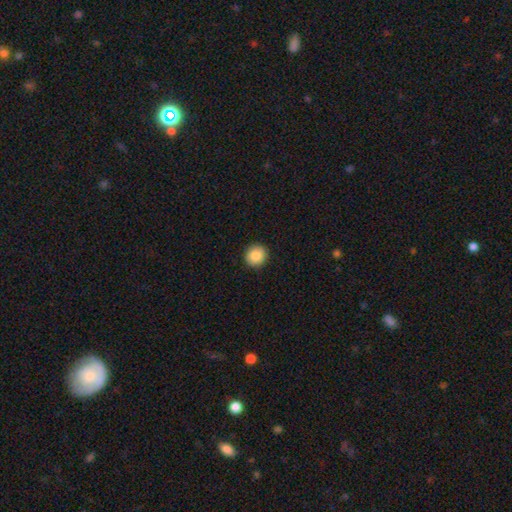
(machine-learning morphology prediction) Overall: smooth (87%). How rounded: round (91%). Merging: none (92%).